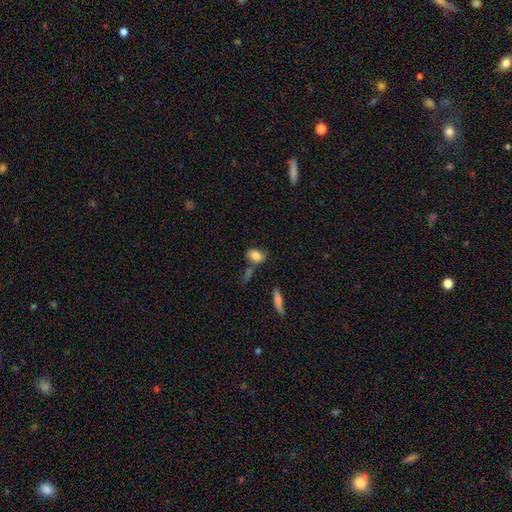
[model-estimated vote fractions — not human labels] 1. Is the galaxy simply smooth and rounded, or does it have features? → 81% smooth, 11% featured or disk, 8% star or artifact.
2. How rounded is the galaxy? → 83% in between, 14% round, 3% cigar-shaped.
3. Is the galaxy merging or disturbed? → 56% none, 21% minor disturbance, 16% merger, 7% major disturbance.